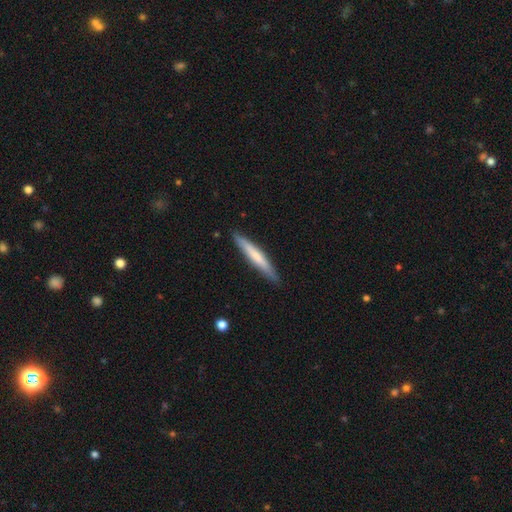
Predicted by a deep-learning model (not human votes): Overall: smooth (62%; featured or disk 33%). How rounded: cigar-shaped (95%). Merging: none (89%).